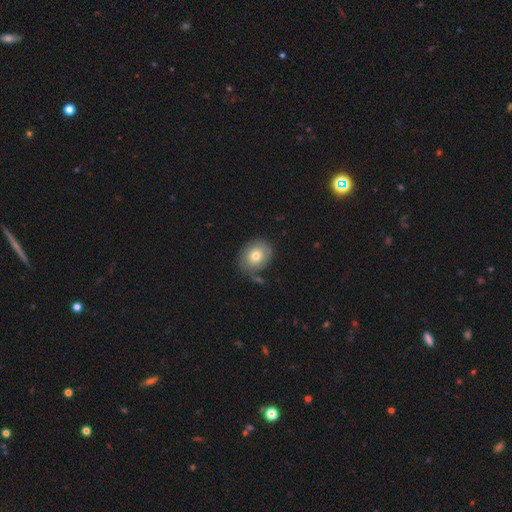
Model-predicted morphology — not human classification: This is likely a smooth galaxy (74%). How rounded: possibly round (59%). Merging: likely none (73%).